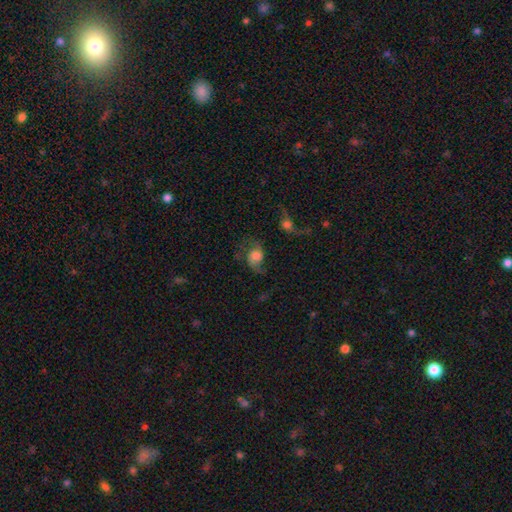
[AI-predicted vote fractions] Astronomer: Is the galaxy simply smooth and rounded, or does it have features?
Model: featured or disk — 52% (runner-up: smooth, 37%).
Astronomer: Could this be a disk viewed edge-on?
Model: no — 96%.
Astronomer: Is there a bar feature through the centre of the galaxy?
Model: no — 73%.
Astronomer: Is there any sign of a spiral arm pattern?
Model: yes — 85%.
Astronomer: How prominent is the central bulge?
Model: large — 39% (runner-up: moderate, 37%).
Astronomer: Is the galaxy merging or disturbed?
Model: none — 43% (runner-up: major disturbance, 28%).